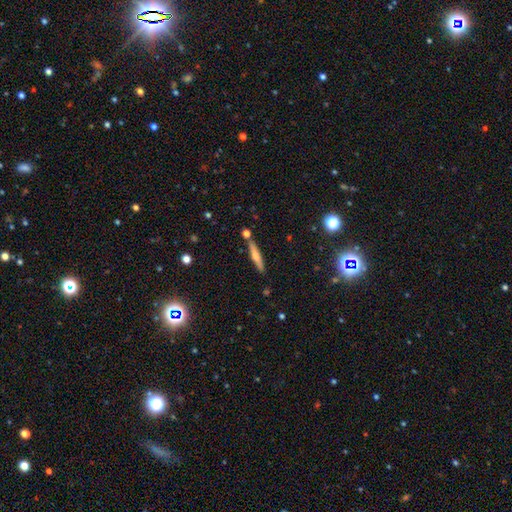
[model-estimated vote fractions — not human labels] This appears to be a smooth galaxy with no disk features (52%) that is cigar-shaped (90%). Merging: none (83%).